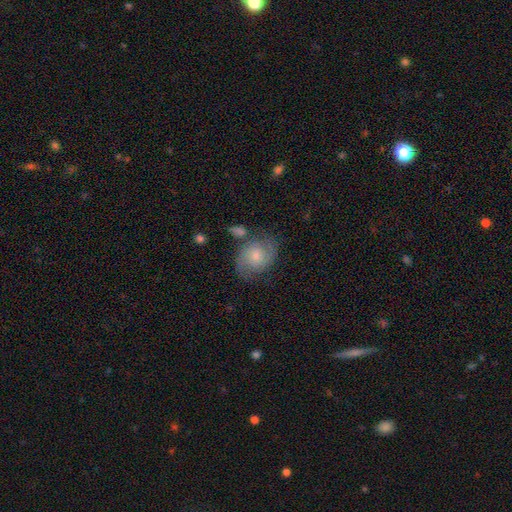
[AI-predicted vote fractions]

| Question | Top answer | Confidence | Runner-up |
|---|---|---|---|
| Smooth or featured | featured or disk | 64% | smooth (29%) |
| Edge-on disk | no | 97% | yes (3%) |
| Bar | no | 63% | weak (32%) |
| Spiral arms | yes | 90% | no (10%) |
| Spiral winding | medium | 52% | tight (26%) |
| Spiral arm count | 2 | 88% | can't tell (6%) |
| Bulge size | moderate | 49% | small (33%) |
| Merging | none | 65% | minor disturbance (19%) |